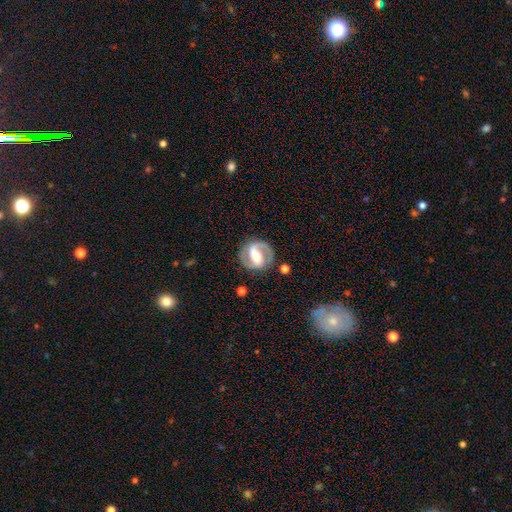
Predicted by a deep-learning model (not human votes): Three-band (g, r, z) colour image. It shows a featured or disk galaxy (83%) with a strong bar (63%), 2 (89%) medium (48%) spiral arms (89%) and a moderate central bulge (54%). Merging: none (82%).